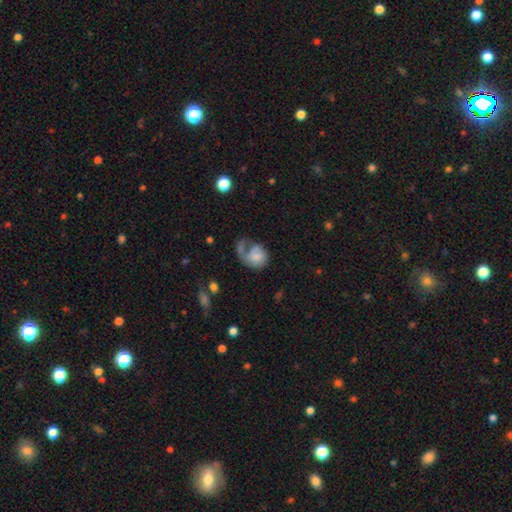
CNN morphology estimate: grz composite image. It shows a smooth galaxy with no disk features (55%) that is round (57%). Merging: major disturbance (47%).